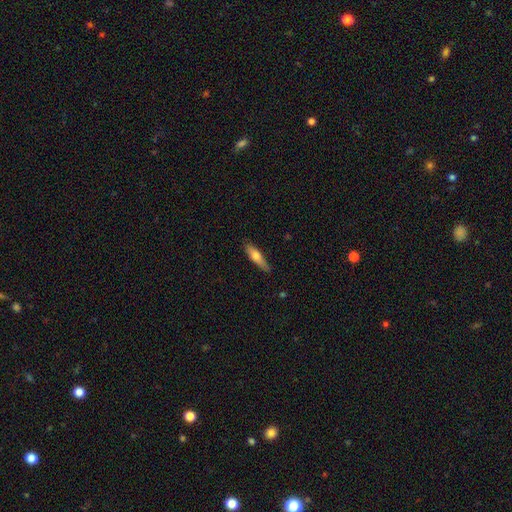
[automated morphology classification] This appears to be a smooth galaxy with no disk features (67%) that is cigar-shaped (70%). Merging: none (79%).